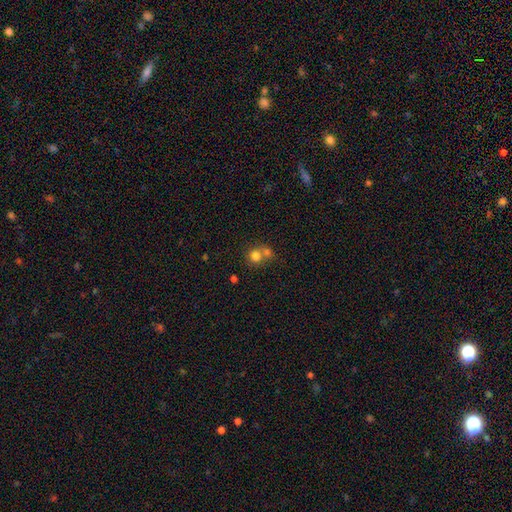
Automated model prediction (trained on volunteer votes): A smooth galaxy with no disk features (77%) that is round (84%).

Vote fractions:
- Smooth or featured? smooth: 77% / star or artifact: 12% / featured or disk: 11%
- How rounded? round: 84% / in between: 15% / cigar-shaped: 1%
- Merging? merger: 51% / none: 40% / minor disturbance: 7% / major disturbance: 3%